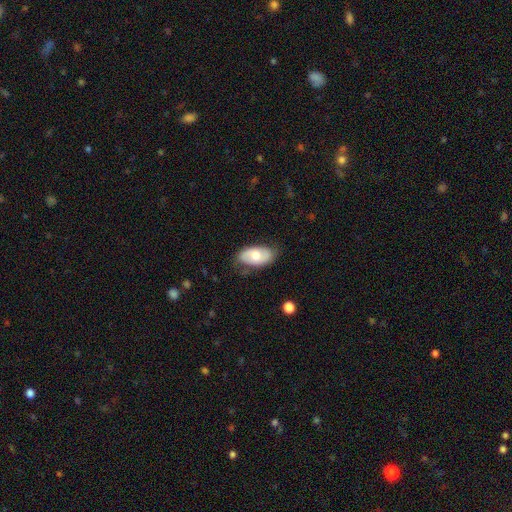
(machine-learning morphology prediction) smooth_or_featured: smooth (p=0.58) [alt: featured or disk p=0.36]
how_rounded: in between (p=0.94) [alt: round p=0.04]
merging: none (p=0.76) [alt: minor disturbance p=0.18]